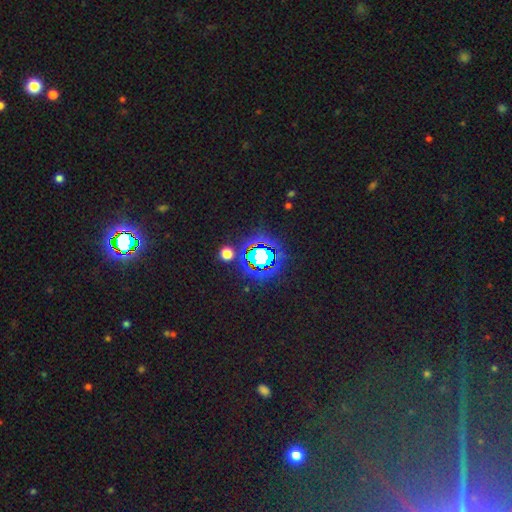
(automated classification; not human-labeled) This appears to be a star or artifact, not a galaxy (77%).